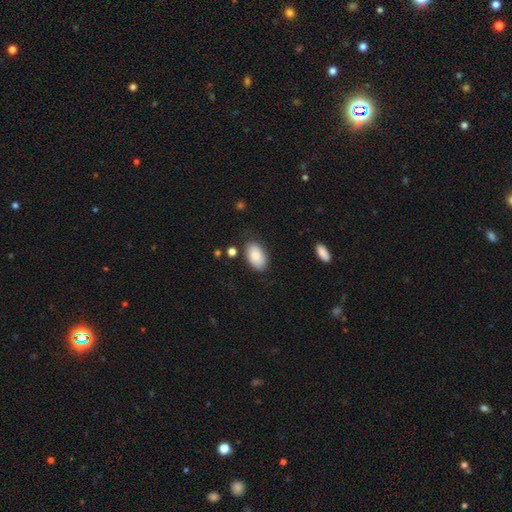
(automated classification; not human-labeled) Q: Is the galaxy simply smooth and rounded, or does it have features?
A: smooth — 86%.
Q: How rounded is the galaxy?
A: in between — 94%.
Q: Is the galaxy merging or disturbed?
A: none — 78%.